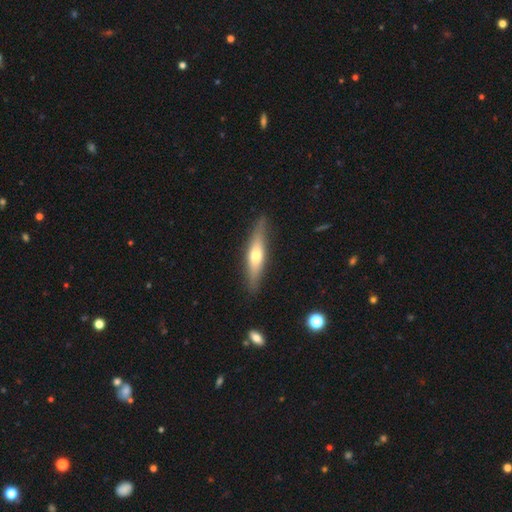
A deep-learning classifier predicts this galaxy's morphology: Smooth or featured? Predicted: featured or disk (p=0.49). Merging? Predicted: none (p=0.86).